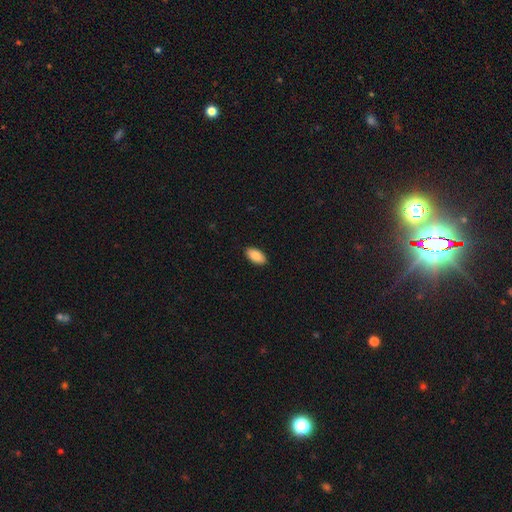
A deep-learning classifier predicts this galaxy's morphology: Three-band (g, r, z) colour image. It shows a smooth galaxy with no disk features (89%) that is in between round and cigar-shaped (94%). Merging: none (90%).